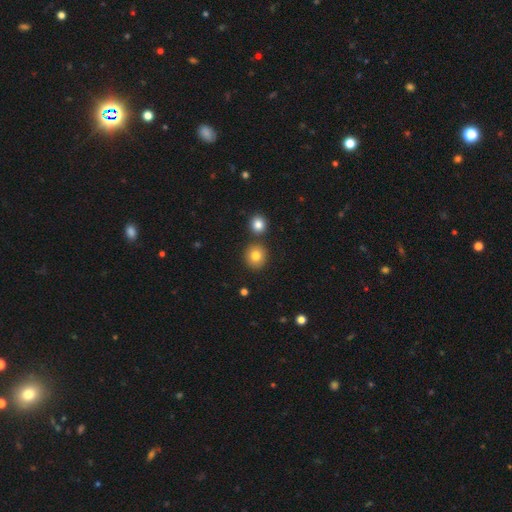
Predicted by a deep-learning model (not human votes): smooth_or_featured: smooth (p=0.81) [alt: star or artifact p=0.11]
how_rounded: round (p=0.89) [alt: in between p=0.10]
merging: none (p=0.80) [alt: merger p=0.11]